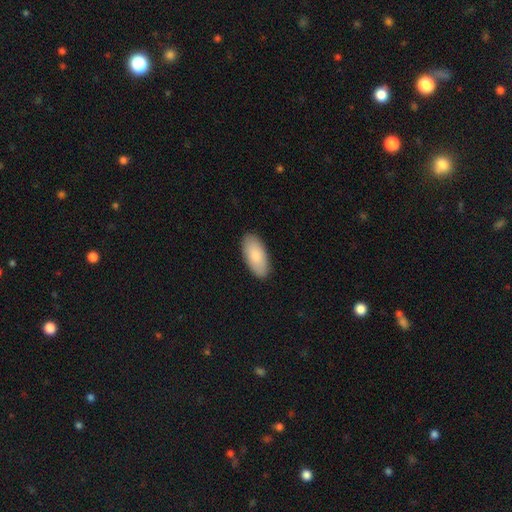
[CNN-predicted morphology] smooth 85%, featured or disk 9%, star or artifact 5%. Down the decision tree: how rounded — in between (93%); merging — none (89%).